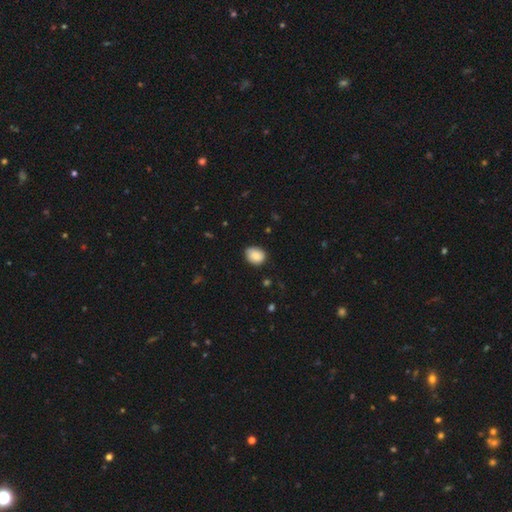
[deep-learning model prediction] Overall: smooth (86%). How rounded: round (52%; in between 47%). Merging: none (77%).